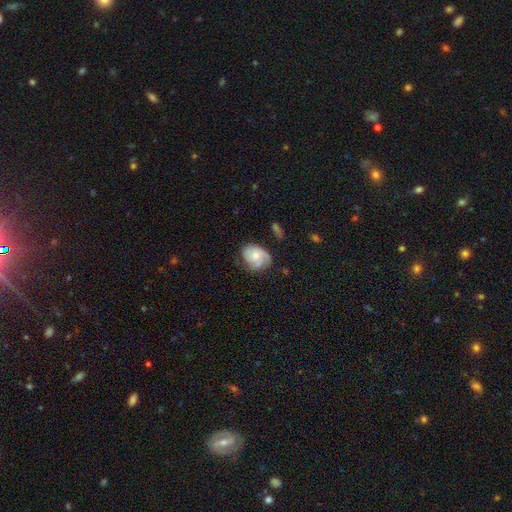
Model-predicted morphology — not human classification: A featured or disk galaxy (56%) with no bar (78%), spiral arms (86%) and a moderate central bulge (50%). Merging: none (57%).